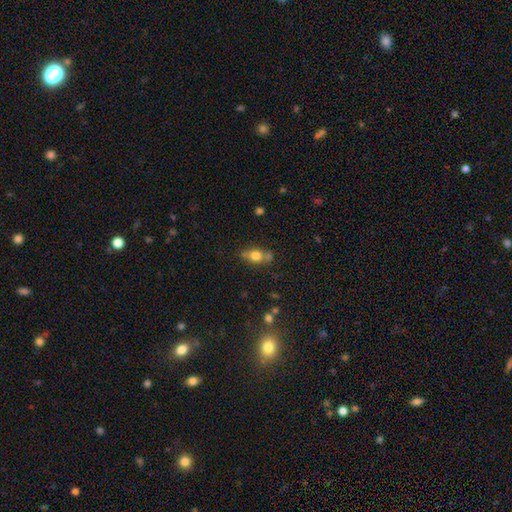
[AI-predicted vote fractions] Smooth or featured?
  - smooth: 70% *
  - featured or disk: 20%
  - star or artifact: 11%
How rounded?
  - in between: 66% *
  - round: 26%
  - cigar-shaped: 8%
Merging?
  - none: 59% *
  - minor disturbance: 19%
  - merger: 16%
  - major disturbance: 6%